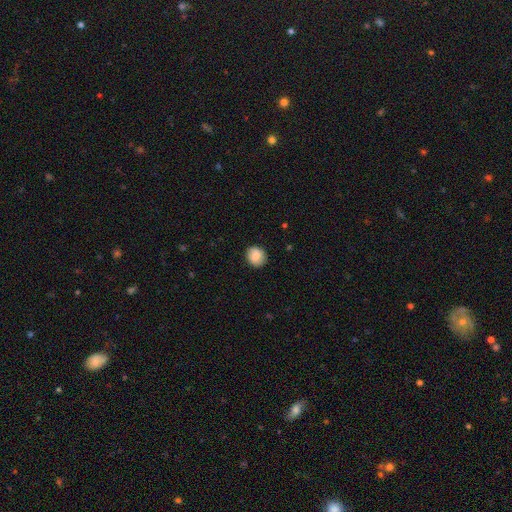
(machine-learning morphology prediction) Overall: smooth (75%). How rounded: round (79%). Merging: none (85%).